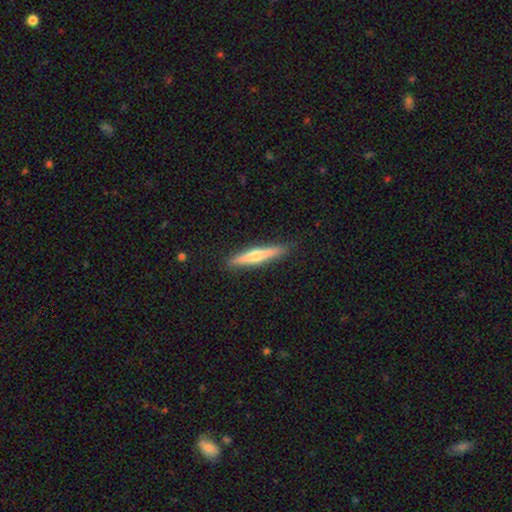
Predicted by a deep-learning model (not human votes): Overall: smooth (49%; featured or disk 45%). Merging: none (89%).